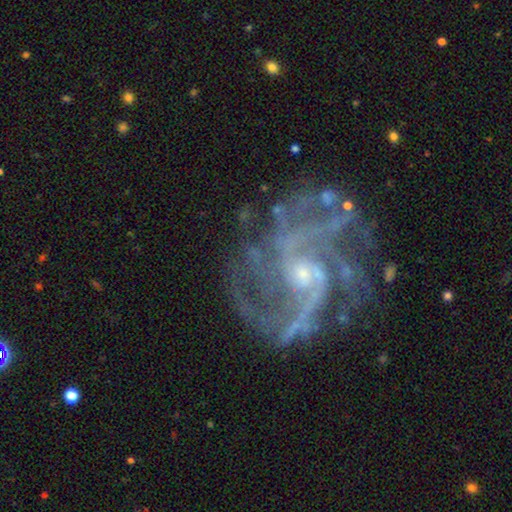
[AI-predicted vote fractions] Morphology: type=featured or disk (89%); edge-on=no (98%); bar=no (52%); spiral arms=yes (97%); winding=medium (51%); arm count=2 (31%); bulge=small (66%); merging=none (69%).